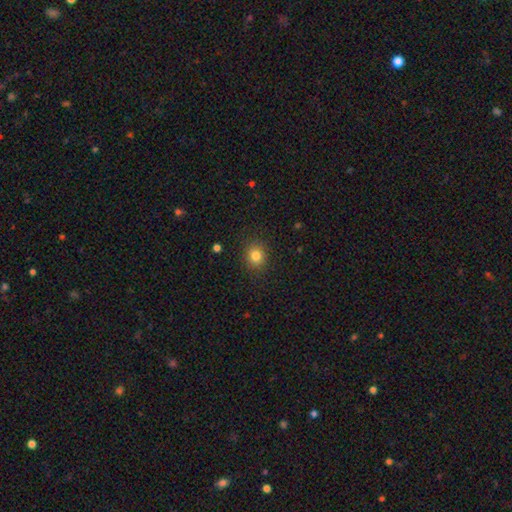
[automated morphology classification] Smooth or featured?
  - smooth: 83% *
  - star or artifact: 11%
  - featured or disk: 6%
How rounded?
  - round: 76% *
  - in between: 23%
  - cigar-shaped: 1%
Merging?
  - none: 89% *
  - minor disturbance: 8%
  - major disturbance: 2%
  - merger: 1%